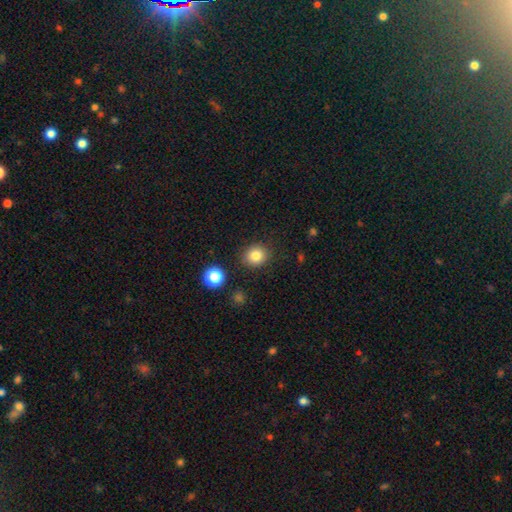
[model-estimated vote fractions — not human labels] Smooth or featured: smooth — 82% (star or artifact — 11%)
How rounded: round — 77% (in between — 22%)
Merging: none — 87% (minor disturbance — 8%)